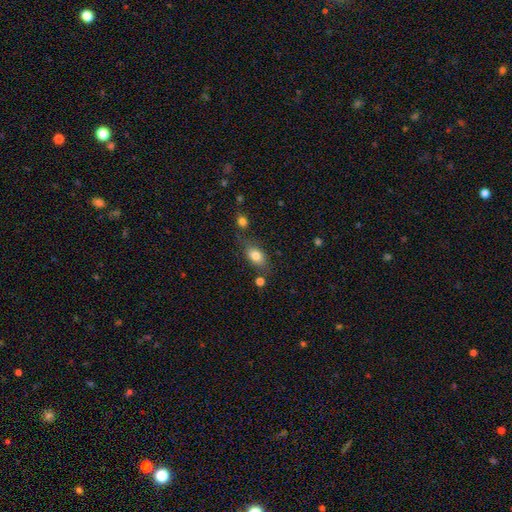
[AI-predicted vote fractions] This appears to be a smooth galaxy with no disk features (81%) that is in between round and cigar-shaped (83%). Merging: none (65%).